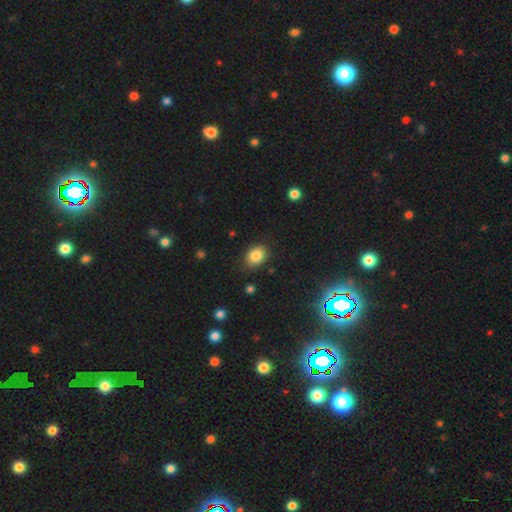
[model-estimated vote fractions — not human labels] smooth-or-featured: smooth: 84% | star or artifact: 10% | featured or disk: 6%
  how-rounded: in between: 65% | round: 34% | cigar-shaped: 1%
  merging: none: 83% | minor disturbance: 13% | major disturbance: 3% | merger: 2%